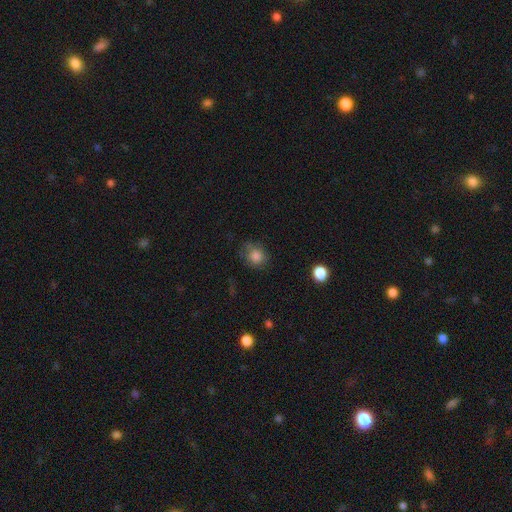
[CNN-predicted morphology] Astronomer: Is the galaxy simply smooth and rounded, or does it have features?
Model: smooth — 82%.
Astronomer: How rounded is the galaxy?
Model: round — 75%.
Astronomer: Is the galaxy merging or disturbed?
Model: none — 64%.